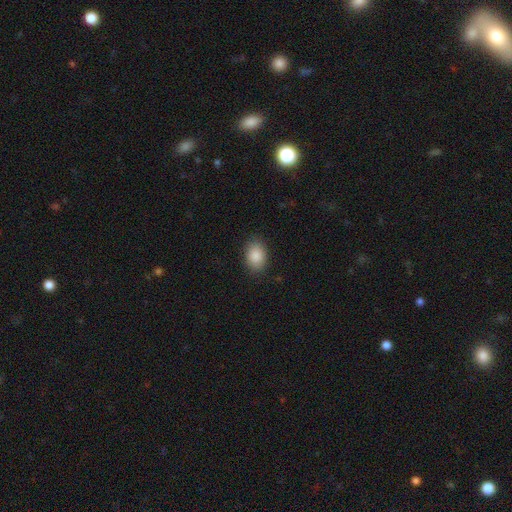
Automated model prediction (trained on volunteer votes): This appears to be a smooth galaxy with no disk features (88%) that is in between round and cigar-shaped (79%). Merging: none (86%).